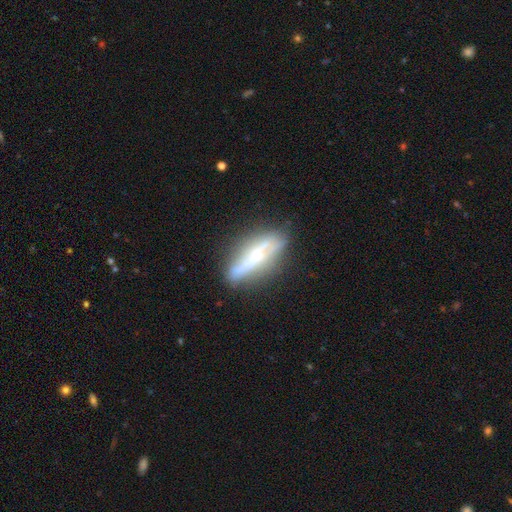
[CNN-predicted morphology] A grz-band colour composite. It shows a featured or disk galaxy (66%) viewed edge-on (73%). Merging: none (71%).